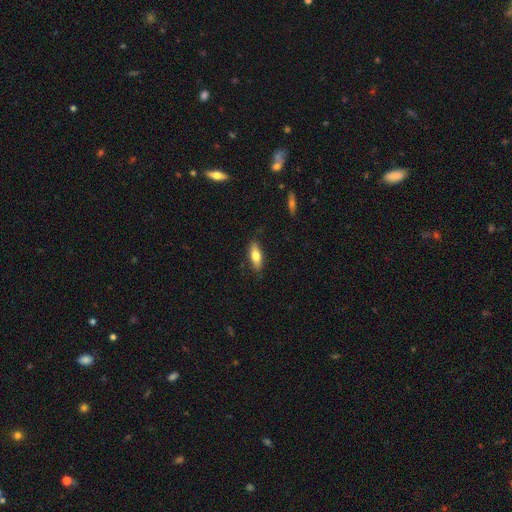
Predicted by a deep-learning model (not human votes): This is likely a smooth galaxy (75%). How rounded: likely in between (70%). Merging: clearly none (84%).